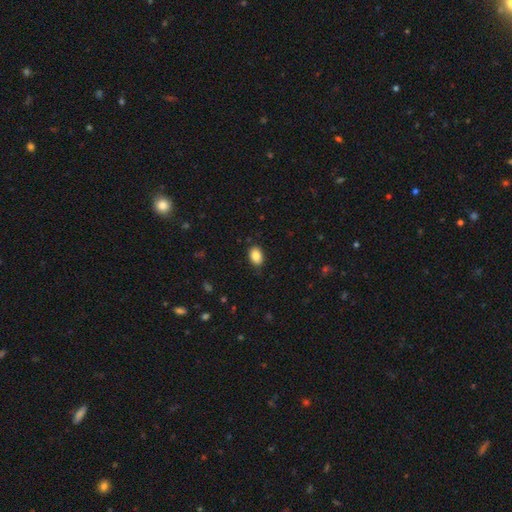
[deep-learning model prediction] Smooth or featured? Predicted: smooth (p=0.86). How rounded? Predicted: in between (p=0.83). Merging? Predicted: none (p=0.84).